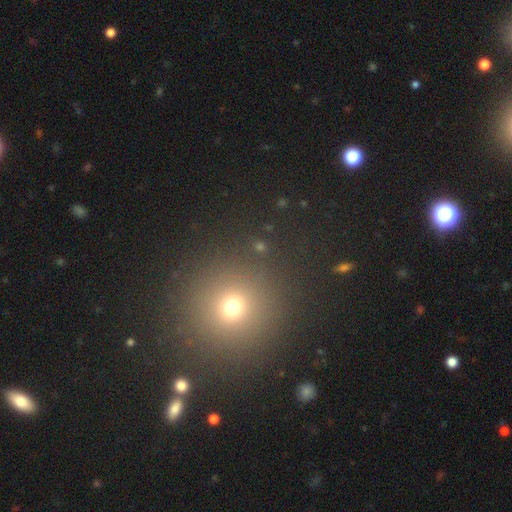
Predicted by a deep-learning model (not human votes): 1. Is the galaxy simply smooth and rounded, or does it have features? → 59% smooth, 34% star or artifact, 7% featured or disk.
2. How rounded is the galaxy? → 94% round, 4% in between, 1% cigar-shaped.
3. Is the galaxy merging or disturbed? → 91% none, 5% minor disturbance, 2% major disturbance, 2% merger.